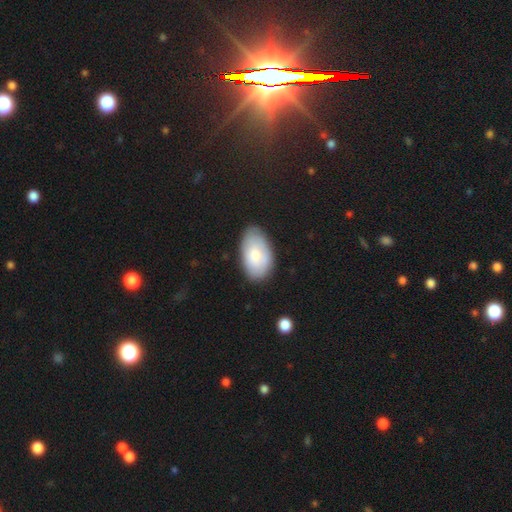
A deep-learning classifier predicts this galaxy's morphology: Smooth or featured?
  - smooth: 69% *
  - featured or disk: 24%
  - star or artifact: 6%
How rounded?
  - in between: 94% *
  - round: 5%
  - cigar-shaped: 1%
Merging?
  - none: 78% *
  - minor disturbance: 17%
  - major disturbance: 4%
  - merger: 1%